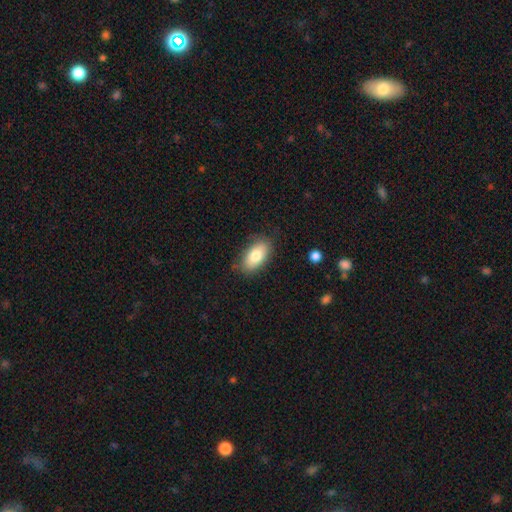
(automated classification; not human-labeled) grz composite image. It shows a smooth galaxy with no disk features (79%) that is in between round and cigar-shaped (92%). Merging: none (81%).